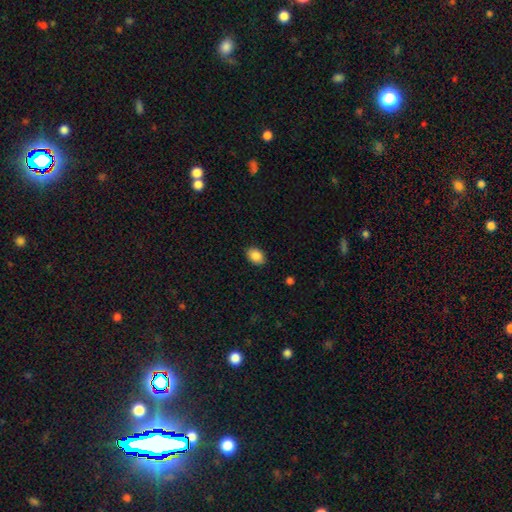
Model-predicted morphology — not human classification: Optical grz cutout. It shows a smooth galaxy with no disk features (88%) that is in between round and cigar-shaped (82%). Merging: none (87%).